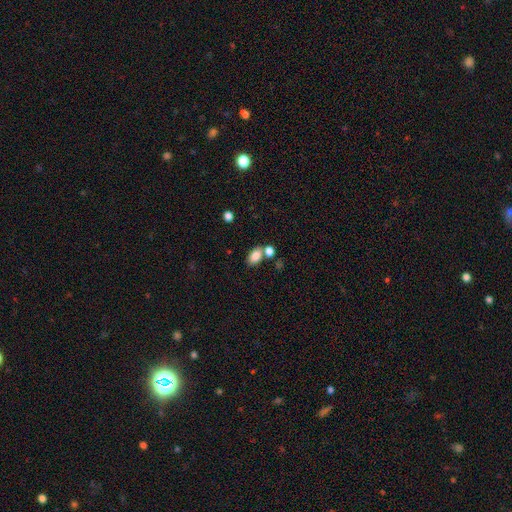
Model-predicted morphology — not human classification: Smooth or featured? Predicted: smooth (p=0.83). How rounded? Predicted: in between (p=0.87). Merging? Predicted: none (p=0.53).